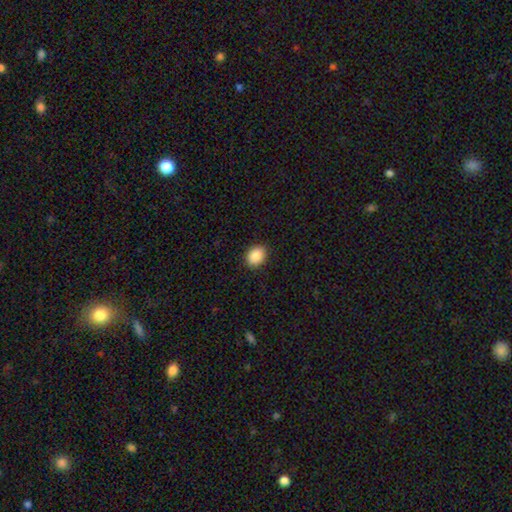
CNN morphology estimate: Overall: smooth (89%). How rounded: in between (54%; round 45%). Merging: none (90%).